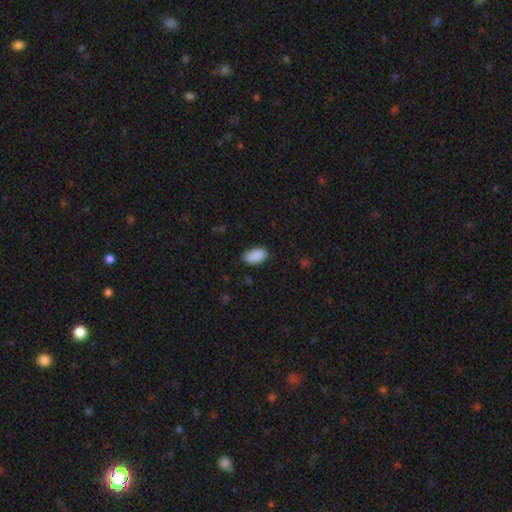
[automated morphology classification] Q: Smooth or featured?
A: smooth (90%); runner-up: star or artifact (7%)
Q: How rounded?
A: in between (95%); runner-up: round (4%)
Q: Merging?
A: none (85%); runner-up: minor disturbance (12%)